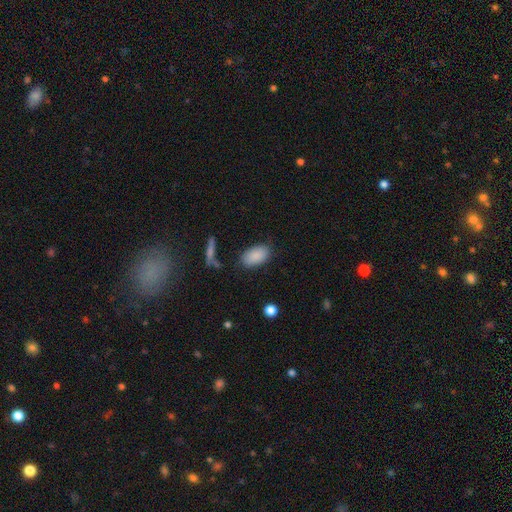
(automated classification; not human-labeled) A smooth galaxy with no disk features (88%) that is in between round and cigar-shaped (93%).

Vote fractions:
- Smooth or featured? smooth: 88% / star or artifact: 7% / featured or disk: 5%
- How rounded? in between: 93% / round: 5% / cigar-shaped: 2%
- Merging? none: 80% / minor disturbance: 14% / major disturbance: 4% / merger: 3%